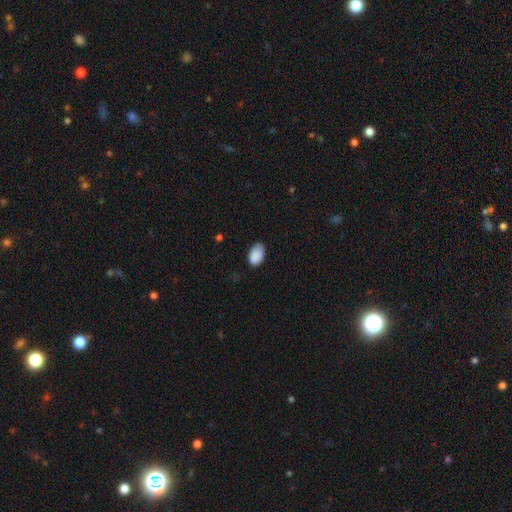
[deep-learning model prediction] Overall: smooth (89%). How rounded: in between (89%). Merging: none (73%).